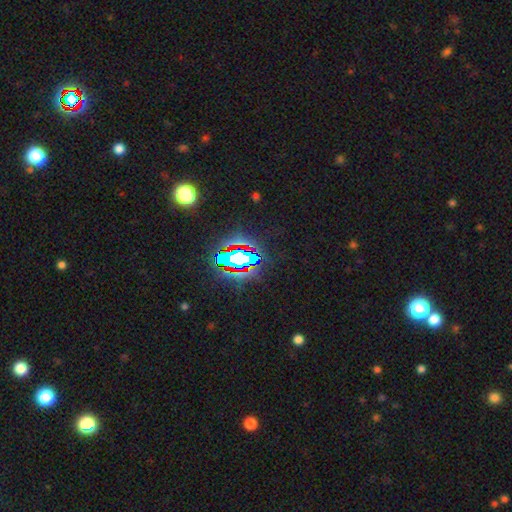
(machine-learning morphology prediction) smooth_or_featured: star or artifact (p=0.79) [alt: smooth p=0.12]